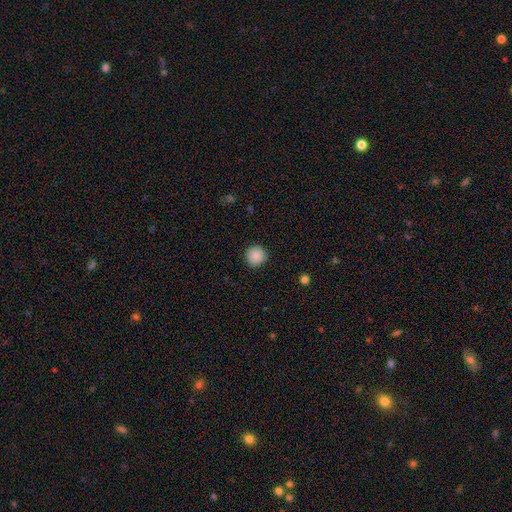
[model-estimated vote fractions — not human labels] smooth 87%, star or artifact 9%, featured or disk 4%. Down the decision tree: how rounded — round (94%); merging — none (89%).